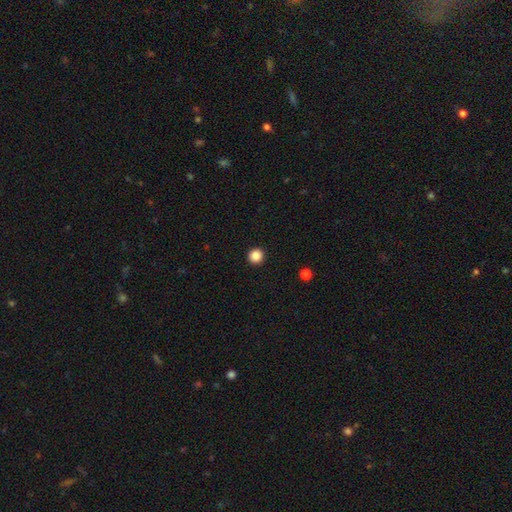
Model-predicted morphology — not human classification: Q: Smooth or featured?
A: smooth (86%); runner-up: star or artifact (11%)
Q: How rounded?
A: round (95%); runner-up: in between (4%)
Q: Merging?
A: none (94%); runner-up: minor disturbance (4%)